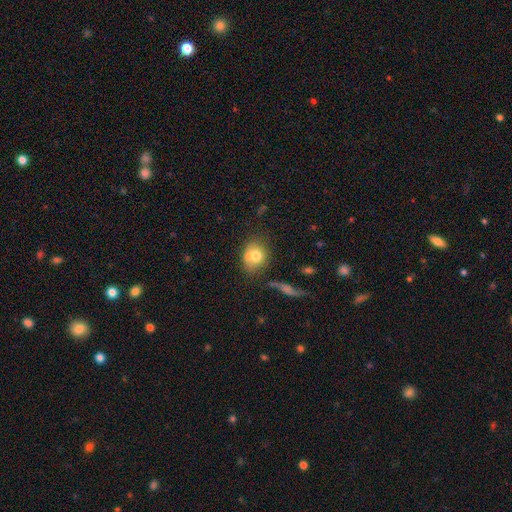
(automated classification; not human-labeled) The model was most divided on "how rounded": round: 63%, in between: 36%, cigar-shaped: 1%. More confident: smooth or featured — smooth (75%); merging — none (53%).